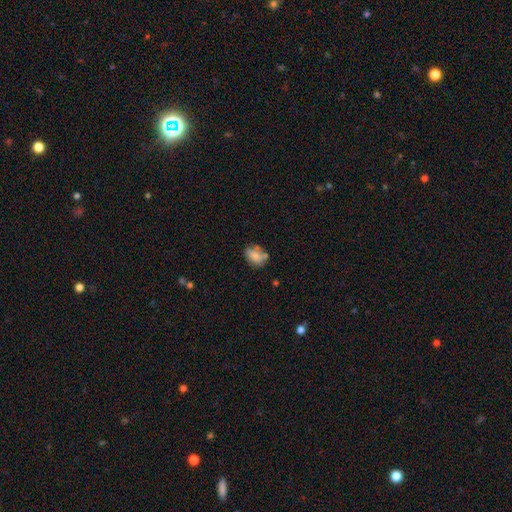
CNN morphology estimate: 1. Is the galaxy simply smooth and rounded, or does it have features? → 76% smooth, 15% featured or disk, 9% star or artifact.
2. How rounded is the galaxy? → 75% in between, 23% round, 2% cigar-shaped.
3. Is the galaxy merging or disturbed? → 58% none, 25% minor disturbance, 9% merger, 7% major disturbance.